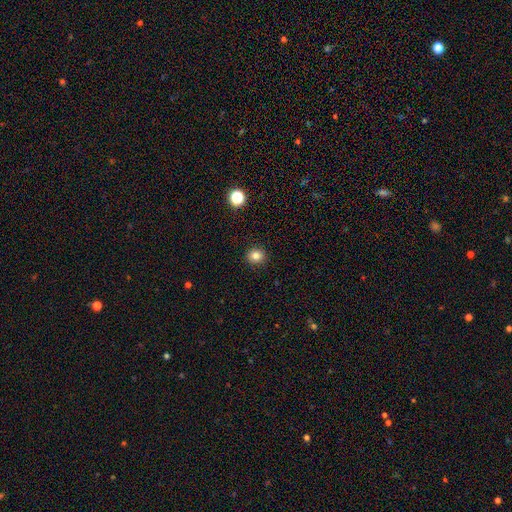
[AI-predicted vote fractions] Q: Smooth or featured?
A: smooth (82%); runner-up: star or artifact (12%)
Q: How rounded?
A: round (88%); runner-up: in between (12%)
Q: Merging?
A: none (92%); runner-up: minor disturbance (5%)